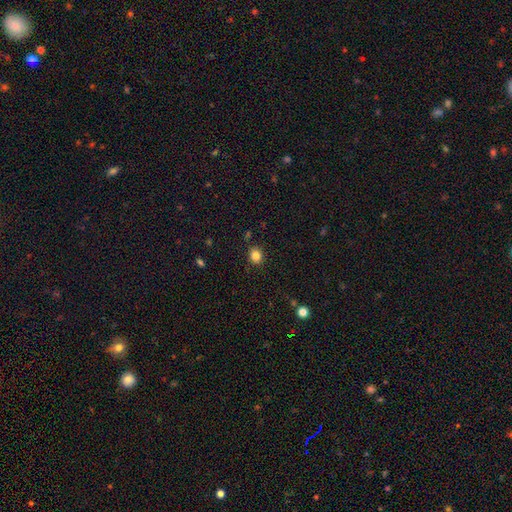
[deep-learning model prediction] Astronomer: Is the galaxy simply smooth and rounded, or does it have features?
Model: smooth — 83%.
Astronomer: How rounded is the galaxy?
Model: round — 72%.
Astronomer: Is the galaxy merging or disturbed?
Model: none — 87%.